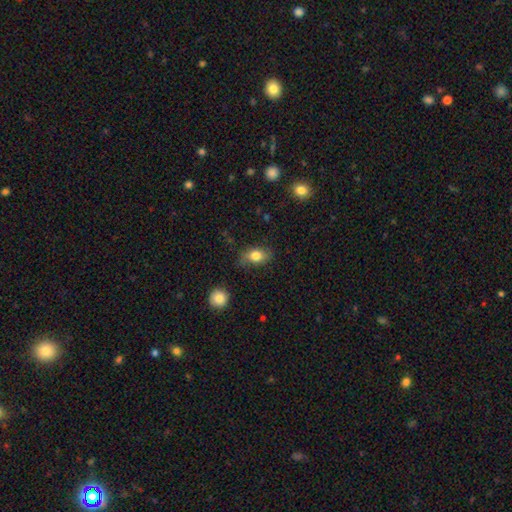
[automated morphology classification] smooth-or-featured: smooth: 79% | featured or disk: 13% | star or artifact: 9%
  how-rounded: in between: 80% | round: 17% | cigar-shaped: 3%
  merging: none: 72% | minor disturbance: 21% | major disturbance: 5% | merger: 2%